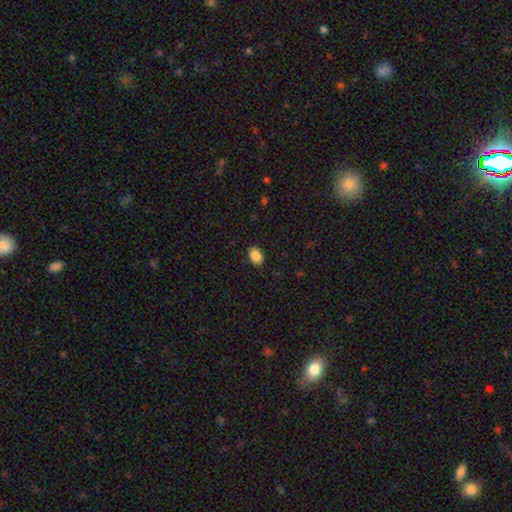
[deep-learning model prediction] A smooth galaxy with no disk features (88%) that is in between round and cigar-shaped (76%). Merging: none (88%).